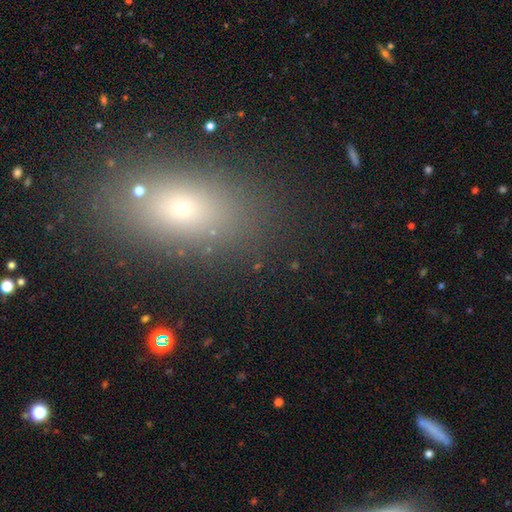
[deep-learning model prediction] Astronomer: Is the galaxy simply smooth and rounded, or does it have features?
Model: smooth — 66%.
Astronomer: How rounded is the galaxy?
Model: in between — 77%.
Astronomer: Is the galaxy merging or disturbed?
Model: none — 84%.